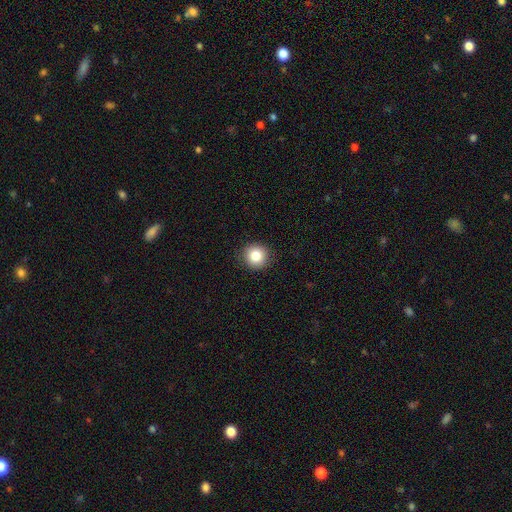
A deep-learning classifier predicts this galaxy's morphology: Smooth or featured? smooth (83%)
How rounded? round (93%)
Merging? none (91%)